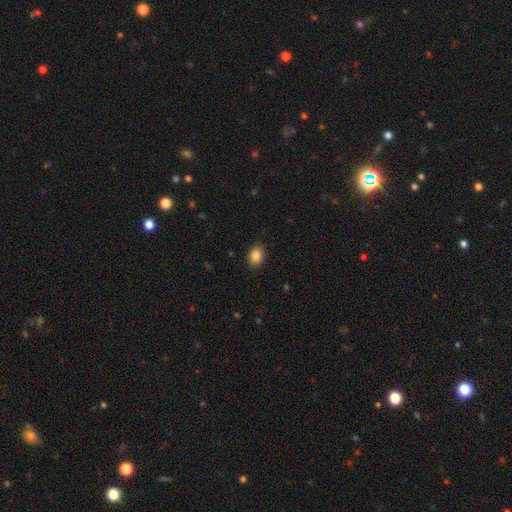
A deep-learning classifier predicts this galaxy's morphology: A smooth galaxy with no disk features (87%) that is in between round and cigar-shaped (73%).

Vote fractions:
- Smooth or featured? smooth: 87% / star or artifact: 9% / featured or disk: 4%
- How rounded? in between: 73% / round: 26% / cigar-shaped: 1%
- Merging? none: 89% / minor disturbance: 8% / major disturbance: 2% / merger: 1%